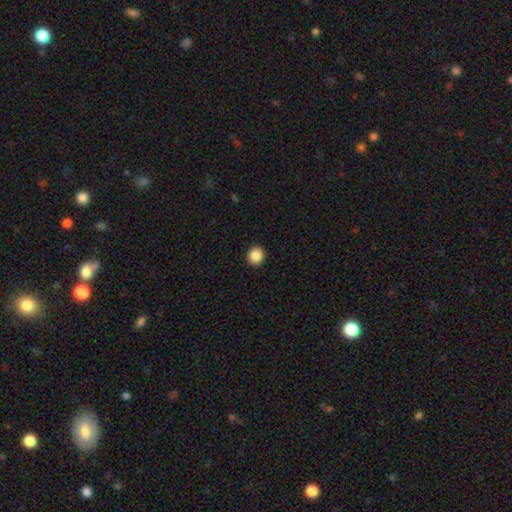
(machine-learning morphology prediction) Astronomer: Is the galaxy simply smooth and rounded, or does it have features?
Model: smooth — 87%.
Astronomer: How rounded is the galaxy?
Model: round — 87%.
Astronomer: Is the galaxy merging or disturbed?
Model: none — 93%.